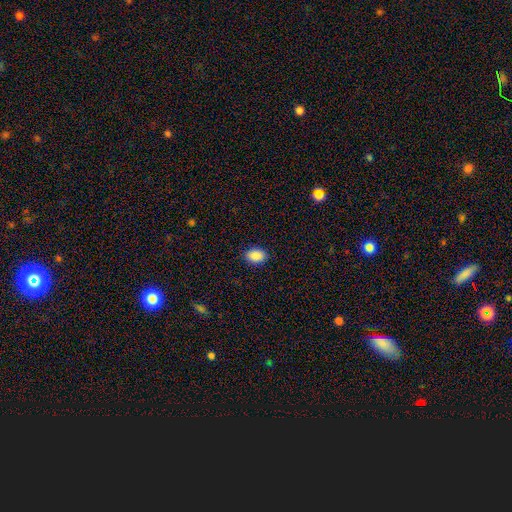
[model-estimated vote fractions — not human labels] Morphology: type=smooth (89%); roundness=in between (83%); merging=none (89%).